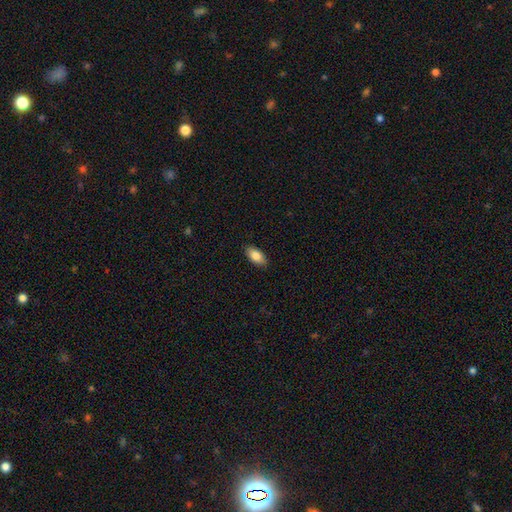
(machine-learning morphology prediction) Q: Smooth or featured?
A: smooth (84%); runner-up: featured or disk (10%)
Q: How rounded?
A: in between (91%); runner-up: cigar-shaped (6%)
Q: Merging?
A: none (88%); runner-up: minor disturbance (9%)